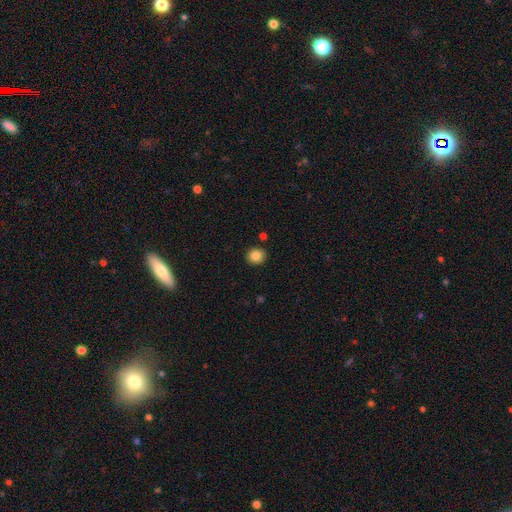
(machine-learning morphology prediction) This appears to be a smooth galaxy with no disk features (84%) that is round (88%). Merging: none (90%).